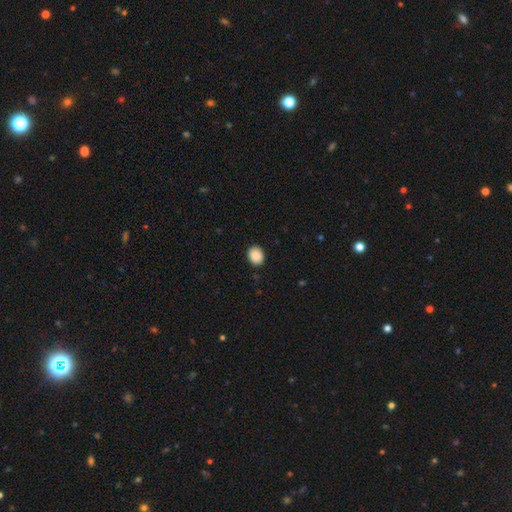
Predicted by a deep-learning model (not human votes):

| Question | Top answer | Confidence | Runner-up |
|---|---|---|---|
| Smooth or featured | smooth | 90% | star or artifact (8%) |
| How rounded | in between | 53% | round (46%) |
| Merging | none | 89% | minor disturbance (8%) |